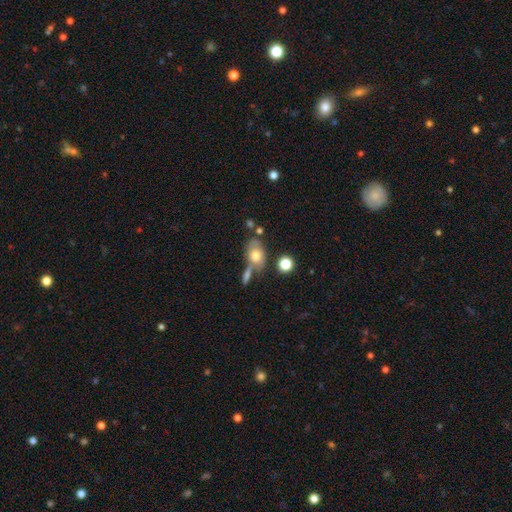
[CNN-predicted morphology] This appears to be a smooth galaxy with no disk features (66%) that is in between round and cigar-shaped (76%). Merging: none (47%).